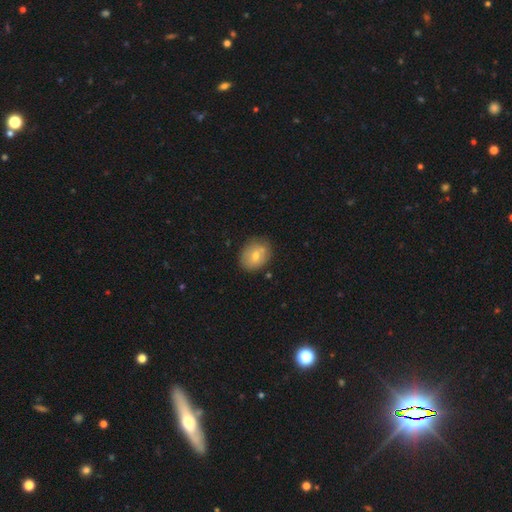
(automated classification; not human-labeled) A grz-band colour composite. It shows a smooth galaxy with no disk features (63%) that is in between round and cigar-shaped (57%). Merging: none (80%).